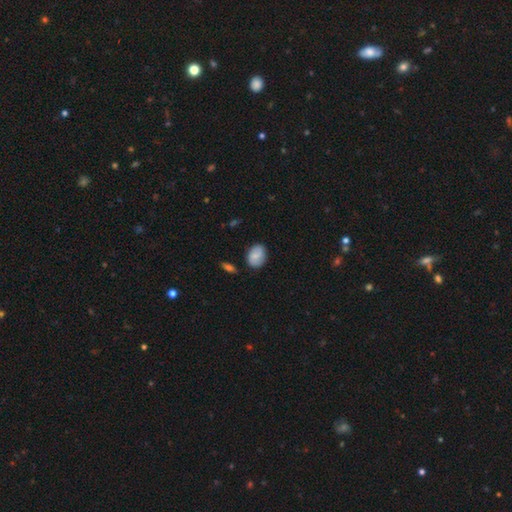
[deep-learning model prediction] Q: Smooth or featured?
A: smooth (71%); runner-up: featured or disk (22%)
Q: How rounded?
A: in between (70%); runner-up: round (29%)
Q: Merging?
A: none (77%); runner-up: minor disturbance (17%)